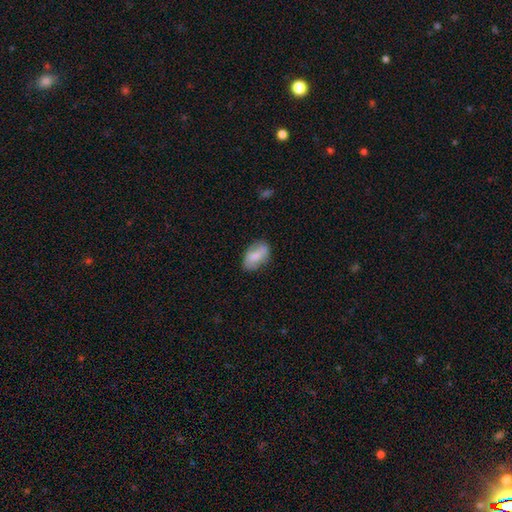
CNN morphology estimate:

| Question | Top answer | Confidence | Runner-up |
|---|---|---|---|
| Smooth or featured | smooth | 73% | featured or disk (21%) |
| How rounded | in between | 91% | round (6%) |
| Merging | none | 74% | minor disturbance (20%) |